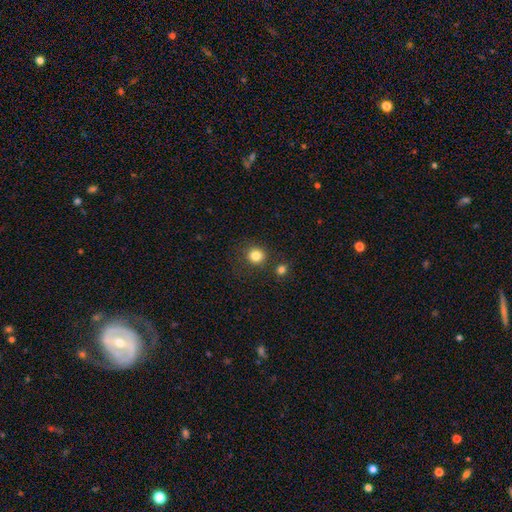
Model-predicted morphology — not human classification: smooth_or_featured: smooth (p=0.83) [alt: star or artifact p=0.12]
how_rounded: round (p=0.91) [alt: in between p=0.08]
merging: none (p=0.81) [alt: minor disturbance p=0.08]